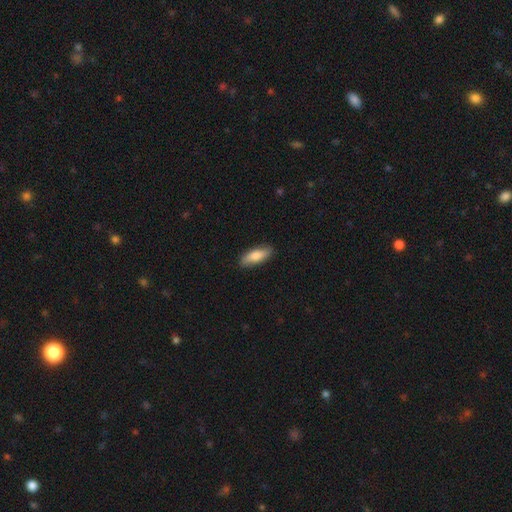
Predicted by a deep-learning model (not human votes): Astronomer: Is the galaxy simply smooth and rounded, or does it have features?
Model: smooth — 75%.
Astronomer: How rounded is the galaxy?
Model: in between — 62%.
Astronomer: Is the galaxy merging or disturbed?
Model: none — 87%.